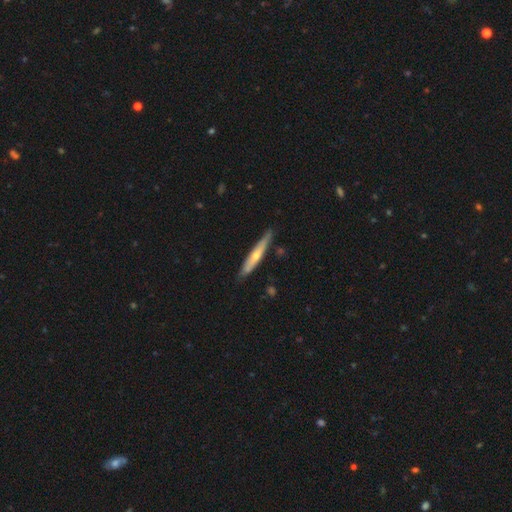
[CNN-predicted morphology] smooth-or-featured: featured or disk: 53% | smooth: 42% | star or artifact: 5%
  disk-edge-on: yes: 90% | no: 10%
  merging: none: 83% | minor disturbance: 13% | merger: 2% | major disturbance: 2%